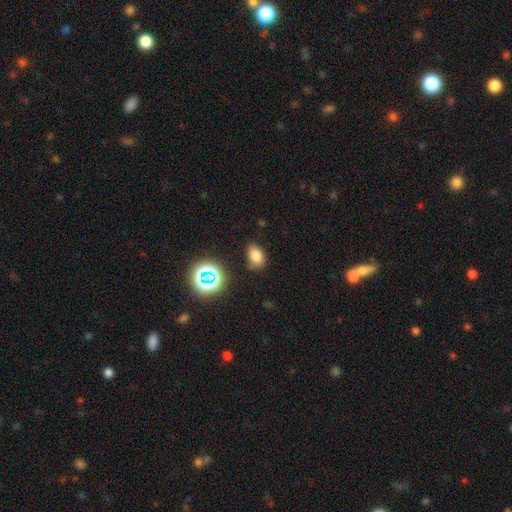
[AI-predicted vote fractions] Q: Smooth or featured?
A: smooth (75%); runner-up: star or artifact (18%)
Q: How rounded?
A: in between (81%); runner-up: round (17%)
Q: Merging?
A: none (73%); runner-up: minor disturbance (19%)